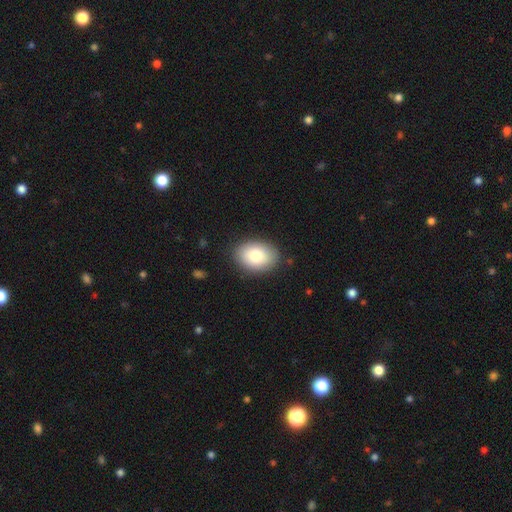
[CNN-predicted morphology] type=smooth (80%); roundness=in between (78%); merging=none (86%).